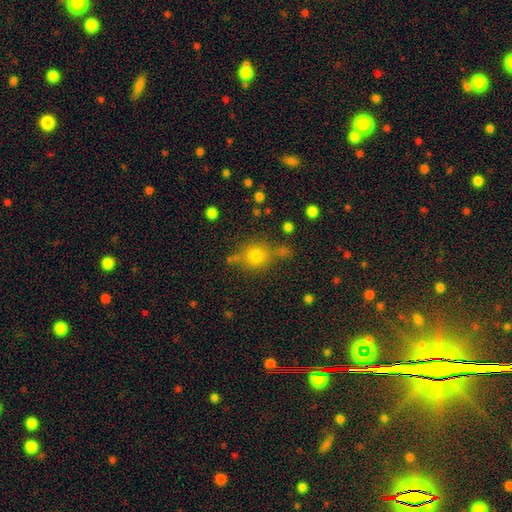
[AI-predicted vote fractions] Overall: smooth (71%). How rounded: round (81%). Merging: none (64%).